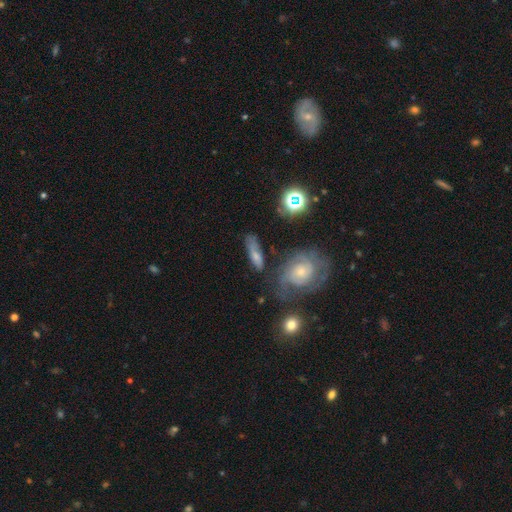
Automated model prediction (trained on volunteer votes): Smooth or featured?
  - smooth: 50% *
  - featured or disk: 38%
  - star or artifact: 11%
How rounded?
  - in between: 53% *
  - cigar-shaped: 40%
  - round: 7%
Merging?
  - none: 55% *
  - minor disturbance: 23%
  - merger: 12%
  - major disturbance: 11%